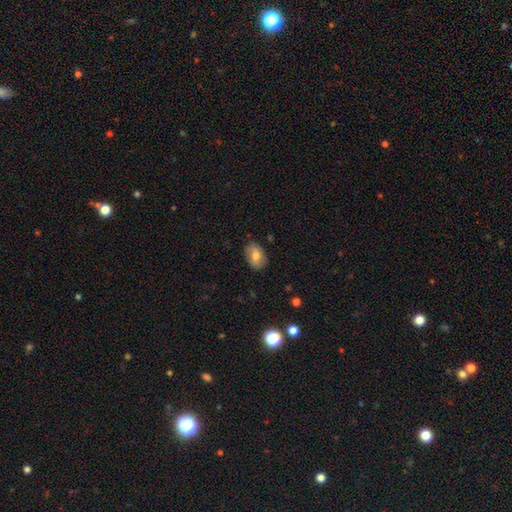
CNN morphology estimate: Overall: smooth (74%). How rounded: in between (84%). Merging: none (82%).